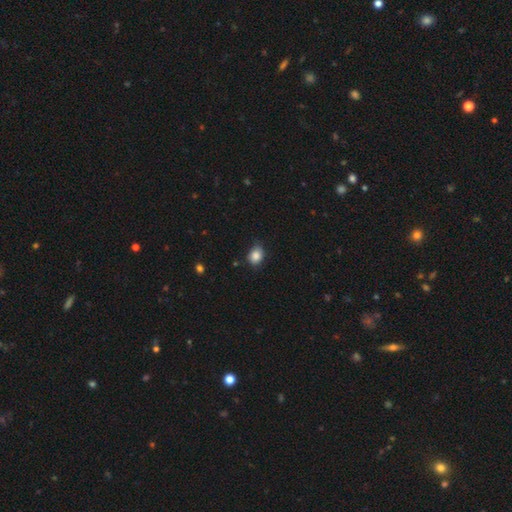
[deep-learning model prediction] This appears to be a smooth galaxy with no disk features (86%) that is in between round and cigar-shaped (55%). Merging: none (71%).